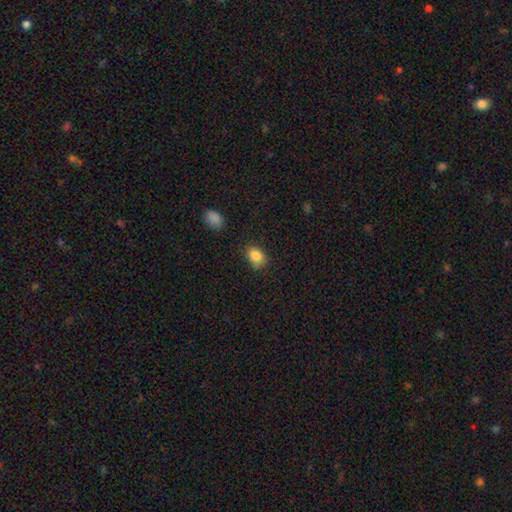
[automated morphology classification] A smooth galaxy with no disk features (85%) that is in between round and cigar-shaped (72%).

Vote fractions:
- Smooth or featured? smooth: 85% / star or artifact: 9% / featured or disk: 6%
- How rounded? in between: 72% / round: 26% / cigar-shaped: 1%
- Merging? none: 77% / minor disturbance: 17% / major disturbance: 3% / merger: 2%